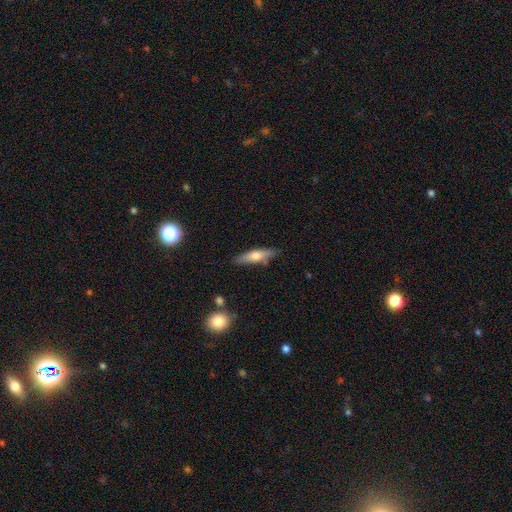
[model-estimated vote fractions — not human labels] A smooth galaxy with no disk features (58%) that is cigar-shaped (67%). Merging: none (82%).